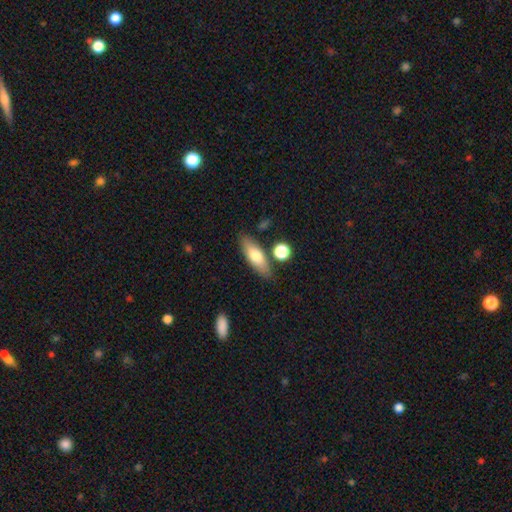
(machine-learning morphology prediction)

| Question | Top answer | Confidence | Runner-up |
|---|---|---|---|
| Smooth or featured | smooth | 69% | featured or disk (25%) |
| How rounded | in between | 59% | cigar-shaped (38%) |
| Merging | none | 80% | minor disturbance (11%) |